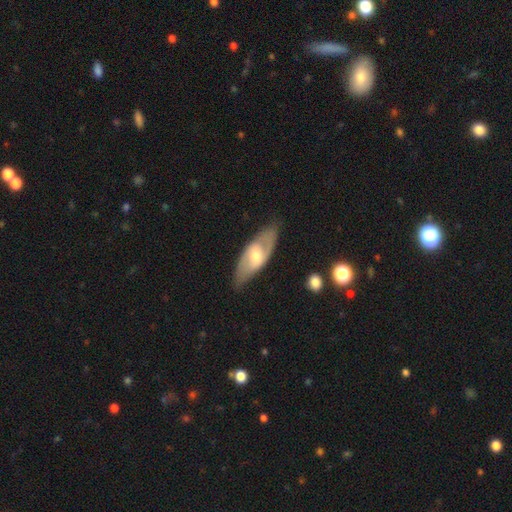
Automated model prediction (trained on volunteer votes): smooth-or-featured: featured or disk: 66% | smooth: 29% | star or artifact: 6%
  disk-edge-on: no: 81% | yes: 19%
    bar: weak: 47% | no: 33% | strong: 20%
    has-spiral-arms: yes: 69% | no: 31%
    bulge-size: moderate: 60% | small: 32% | large: 6% | none: 2% | dominant: 1%
  merging: none: 80% | minor disturbance: 14% | major disturbance: 4% | merger: 1%